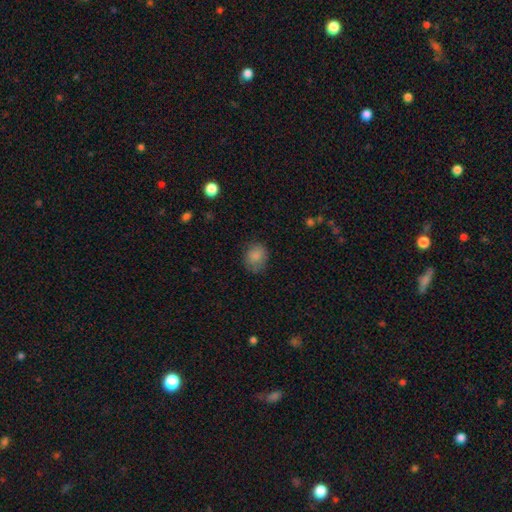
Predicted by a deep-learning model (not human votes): Morphology: type=smooth (84%); roundness=round (63%); merging=none (74%).